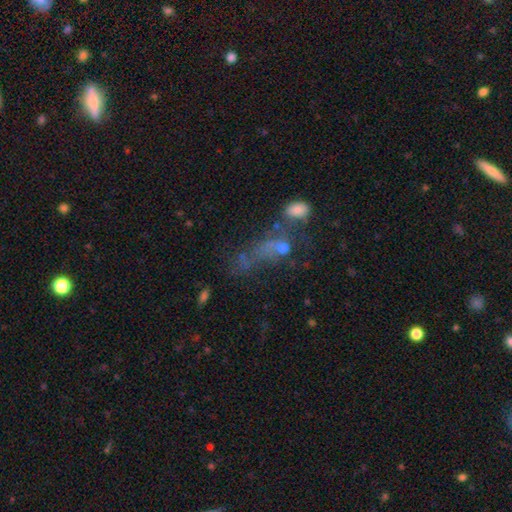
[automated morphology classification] type=star or artifact (41%).